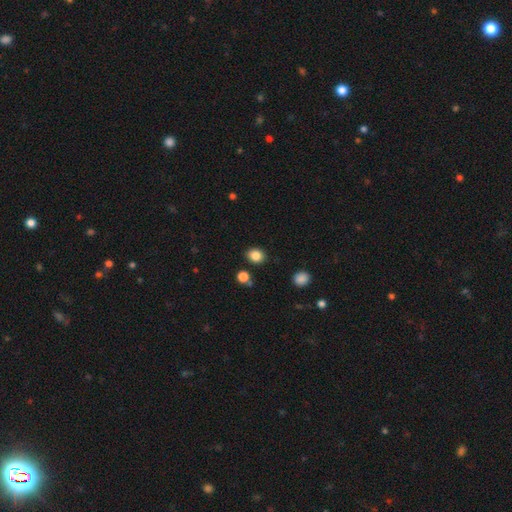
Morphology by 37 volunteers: smooth-or-featured: smooth: 84% | featured or disk: 11% | star or artifact: 5%
  how-rounded: round: 74% | in between: 26% | cigar-shaped: 0%
  merging: none: 91% | minor disturbance: 3% | major disturbance: 3% | merger: 3%